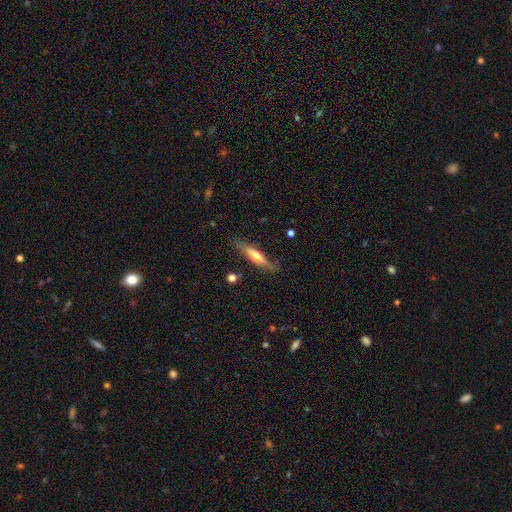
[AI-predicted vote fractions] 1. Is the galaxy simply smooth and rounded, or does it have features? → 51% smooth, 43% featured or disk, 6% star or artifact.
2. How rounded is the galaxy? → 81% cigar-shaped, 17% in between, 2% round.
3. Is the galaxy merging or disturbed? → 79% none, 15% minor disturbance, 3% major disturbance, 2% merger.